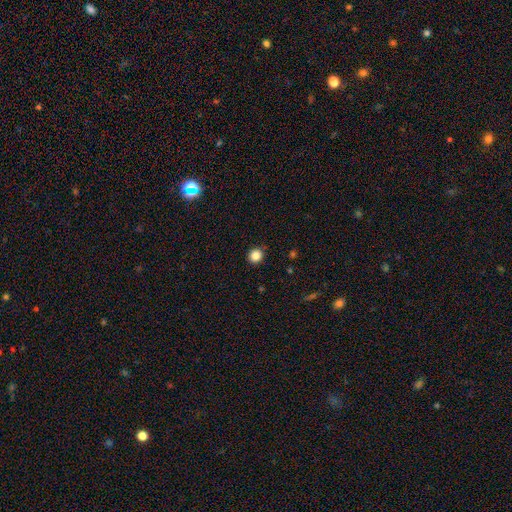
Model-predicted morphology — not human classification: Q: Smooth or featured?
A: smooth (85%); runner-up: star or artifact (11%)
Q: How rounded?
A: round (88%); runner-up: in between (11%)
Q: Merging?
A: none (90%); runner-up: minor disturbance (7%)